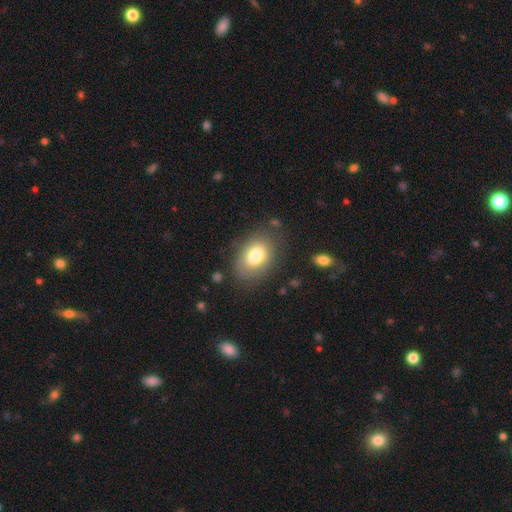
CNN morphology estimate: smooth 75%, featured or disk 17%, star or artifact 8%. Down the decision tree: how rounded — in between (82%); merging — none (78%).